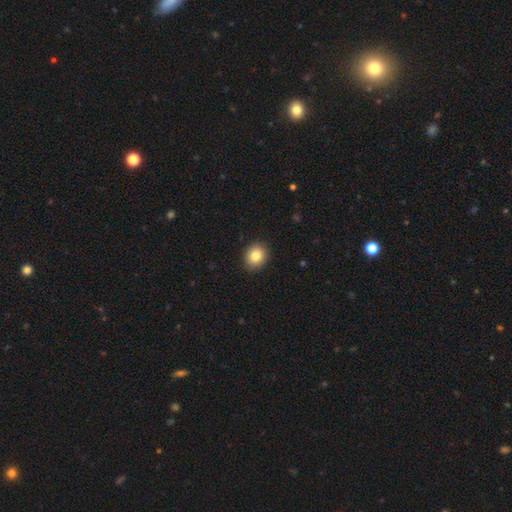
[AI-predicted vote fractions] Smooth or featured? smooth (84%)
How rounded? round (70%)
Merging? none (91%)